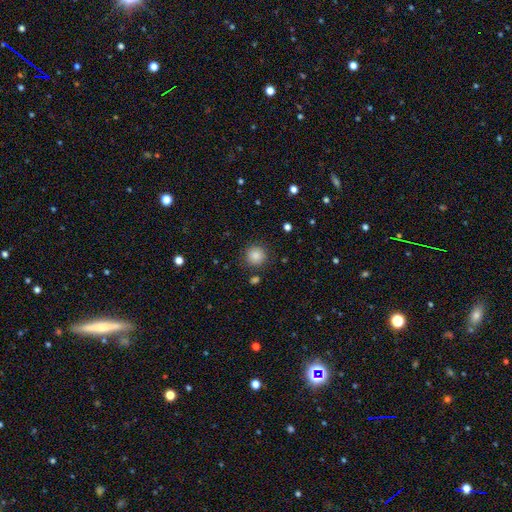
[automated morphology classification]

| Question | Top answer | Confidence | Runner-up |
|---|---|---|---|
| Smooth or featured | smooth | 85% | star or artifact (10%) |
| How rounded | round | 94% | in between (5%) |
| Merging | none | 87% | minor disturbance (8%) |